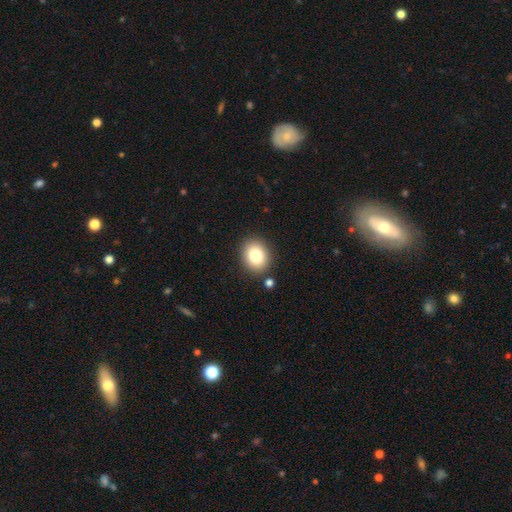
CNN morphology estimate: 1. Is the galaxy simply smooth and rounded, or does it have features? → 82% smooth, 9% star or artifact, 9% featured or disk.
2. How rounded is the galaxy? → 51% round, 48% in between, 1% cigar-shaped.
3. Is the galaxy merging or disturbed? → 86% none, 8% minor disturbance, 3% merger, 3% major disturbance.